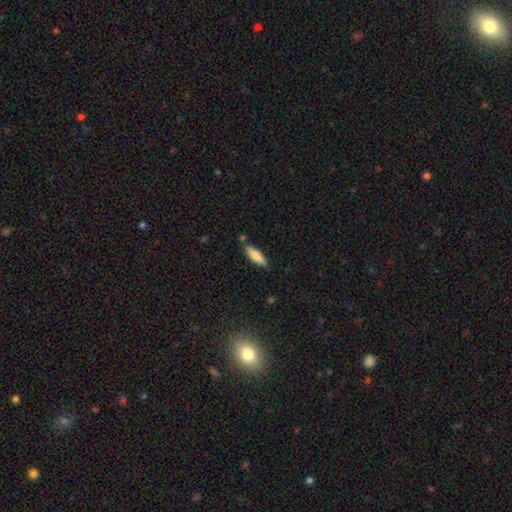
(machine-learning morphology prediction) Smooth or featured? smooth (80%)
How rounded? cigar-shaped (57%)
Merging? none (78%)